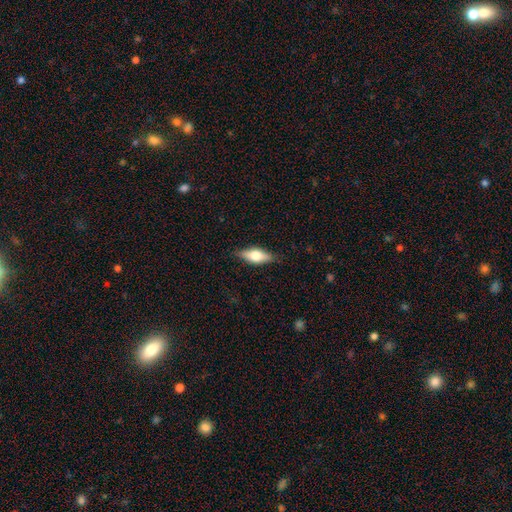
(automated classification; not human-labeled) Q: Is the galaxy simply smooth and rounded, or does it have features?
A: smooth — 55%.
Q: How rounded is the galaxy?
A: in between — 67%.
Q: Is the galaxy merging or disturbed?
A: none — 85%.